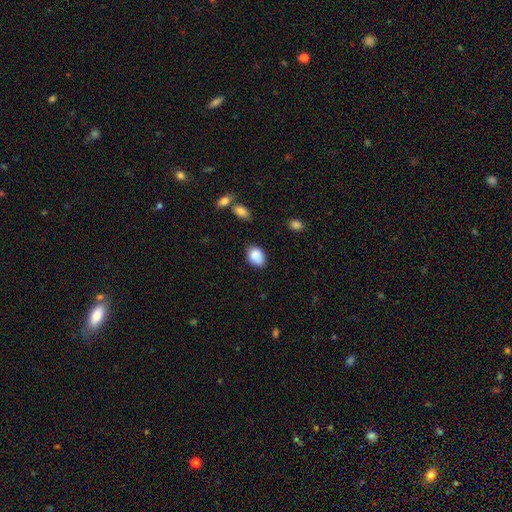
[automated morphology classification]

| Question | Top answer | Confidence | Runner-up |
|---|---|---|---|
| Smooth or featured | smooth | 87% | star or artifact (8%) |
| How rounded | in between | 73% | round (26%) |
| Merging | none | 72% | minor disturbance (21%) |